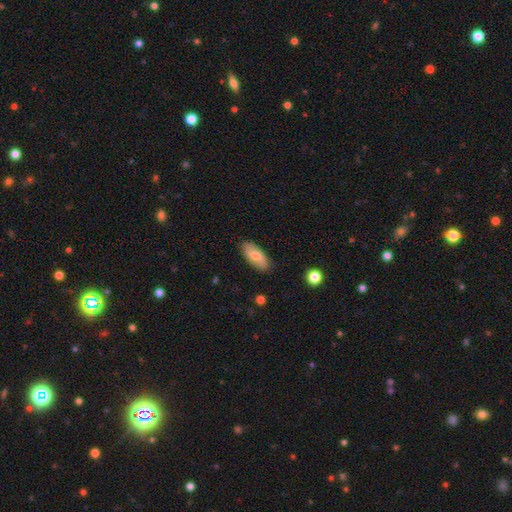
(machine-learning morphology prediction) smooth-or-featured: smooth: 54% | featured or disk: 39% | star or artifact: 7%
  how-rounded: in between: 85% | cigar-shaped: 12% | round: 3%
  merging: none: 83% | minor disturbance: 13% | major disturbance: 3% | merger: 1%